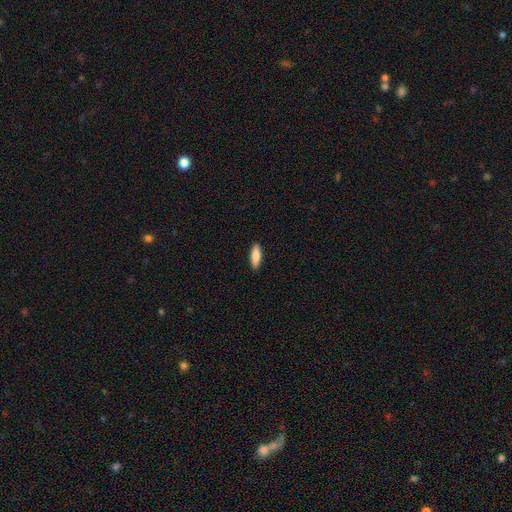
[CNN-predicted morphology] type=smooth (86%); roundness=in between (51%); merging=none (90%).